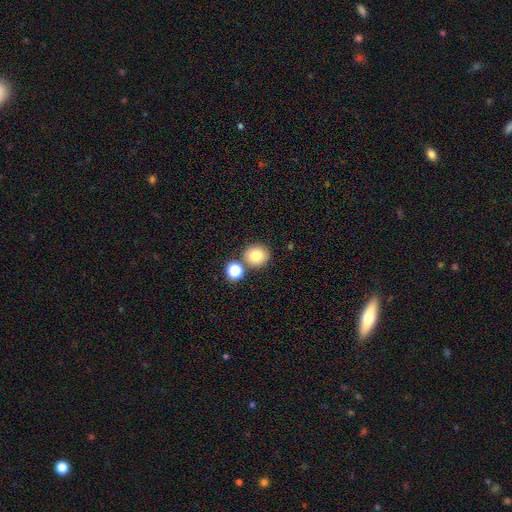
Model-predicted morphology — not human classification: A smooth galaxy with no disk features (79%) that is round (87%). Merging: none (75%).